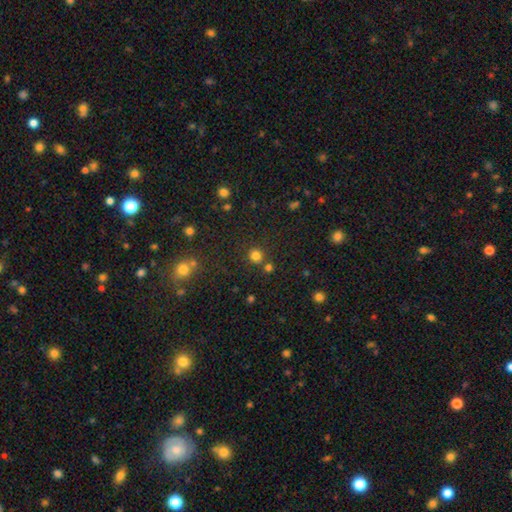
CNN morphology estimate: Smooth or featured?
  - smooth: 77% *
  - star or artifact: 18%
  - featured or disk: 5%
How rounded?
  - round: 89% *
  - in between: 10%
  - cigar-shaped: 1%
Merging?
  - none: 78% *
  - merger: 11%
  - minor disturbance: 8%
  - major disturbance: 3%